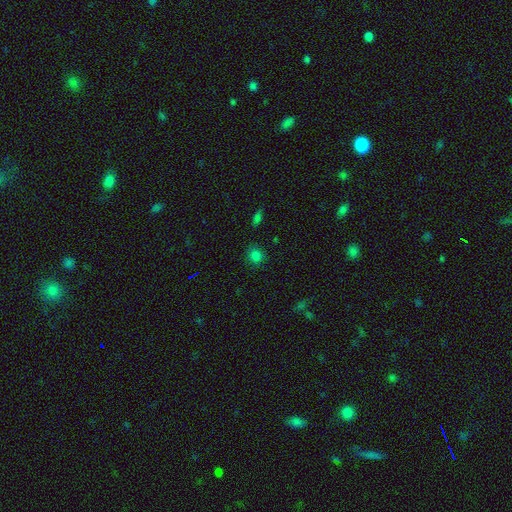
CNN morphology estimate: This appears to be a smooth galaxy with no disk features (79%) that is round (72%). Merging: none (82%).